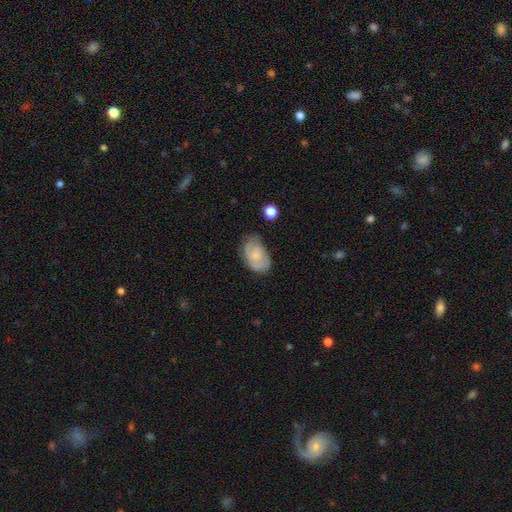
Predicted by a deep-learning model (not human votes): Overall: smooth (55%; featured or disk 37%). How rounded: in between (87%). Merging: none (58%; minor disturbance 30%).